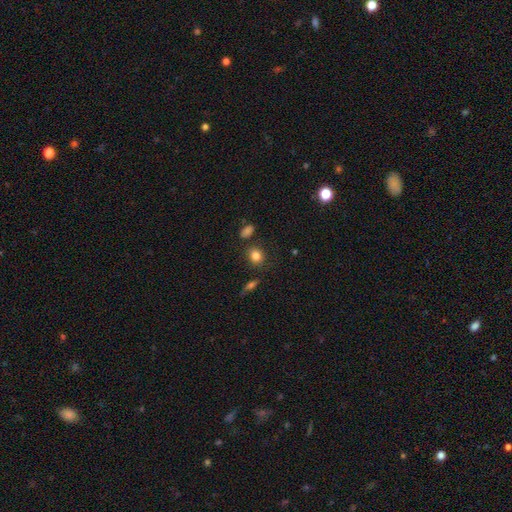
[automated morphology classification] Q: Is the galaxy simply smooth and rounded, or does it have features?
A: smooth — 83%.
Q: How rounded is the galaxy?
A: round — 61%.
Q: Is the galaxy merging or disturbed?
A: none — 81%.